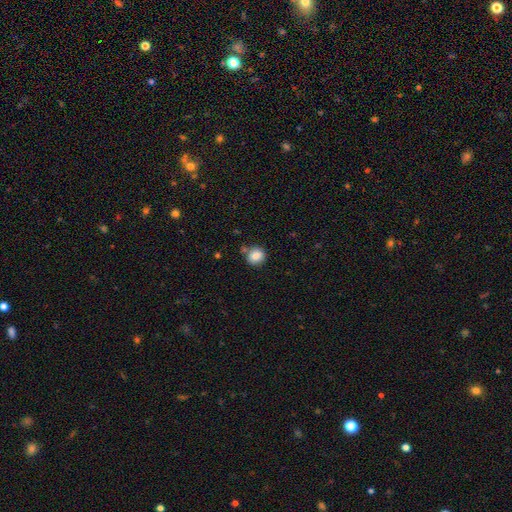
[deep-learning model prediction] A smooth galaxy with no disk features (85%) that is round (85%). Merging: none (73%).